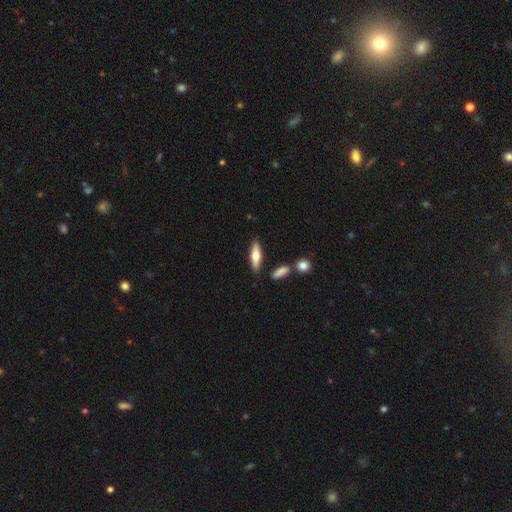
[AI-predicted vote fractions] A smooth galaxy with no disk features (58%) that is cigar-shaped (53%).

Vote fractions:
- Smooth or featured? smooth: 58% / featured or disk: 36% / star or artifact: 6%
- How rounded? cigar-shaped: 53% / in between: 44% / round: 3%
- Merging? none: 83% / minor disturbance: 10% / merger: 5% / major disturbance: 2%